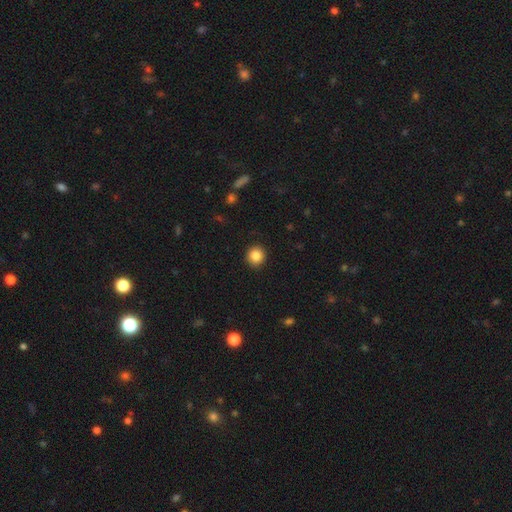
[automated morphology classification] smooth 85%, star or artifact 10%, featured or disk 5%. Down the decision tree: how rounded — round (92%); merging — none (91%).